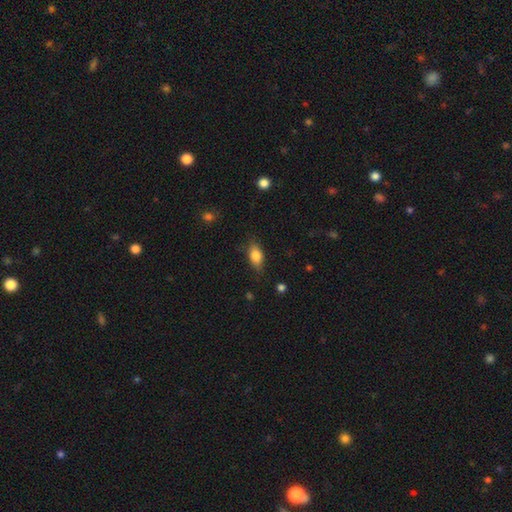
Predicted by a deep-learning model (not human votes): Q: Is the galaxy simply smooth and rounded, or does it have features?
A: smooth — 78%.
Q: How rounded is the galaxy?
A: in between — 84%.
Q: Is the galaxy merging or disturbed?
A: none — 79%.